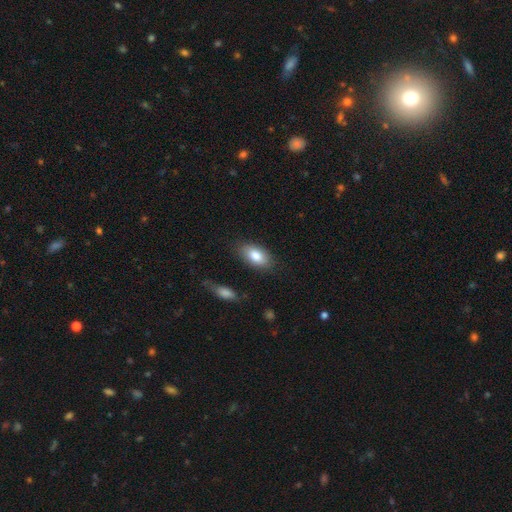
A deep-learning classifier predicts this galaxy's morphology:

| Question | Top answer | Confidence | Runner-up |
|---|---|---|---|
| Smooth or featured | smooth | 83% | featured or disk (11%) |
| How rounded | in between | 92% | round (4%) |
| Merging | none | 82% | minor disturbance (13%) |